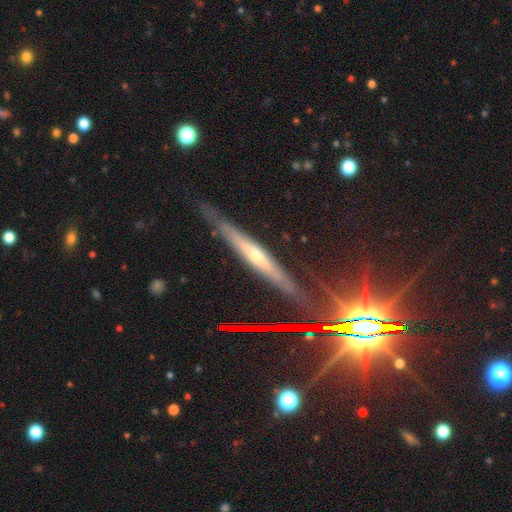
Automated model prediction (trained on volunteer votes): Morphology: type=featured or disk (66%); edge-on=yes (92%); edge-on bulge=rounded (67%); merging=none (81%).